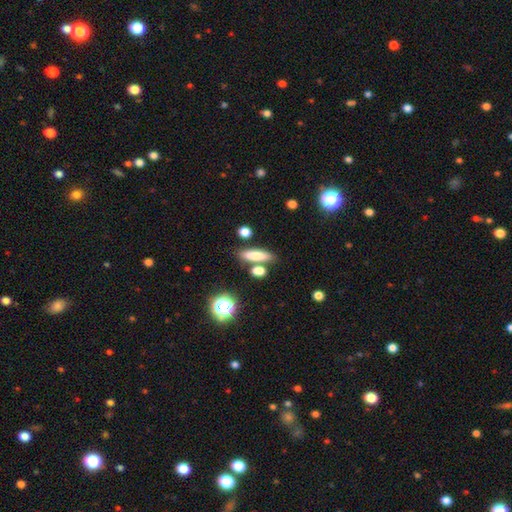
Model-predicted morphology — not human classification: Overall: smooth (78%). How rounded: cigar-shaped (57%; in between 37%). Merging: none (69%).